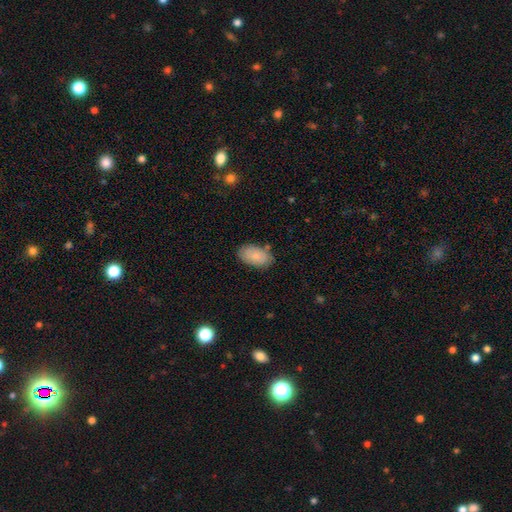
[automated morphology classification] smooth_or_featured: smooth (p=0.82) [alt: featured or disk p=0.12]
how_rounded: in between (p=0.94) [alt: round p=0.05]
merging: none (p=0.78) [alt: minor disturbance p=0.16]